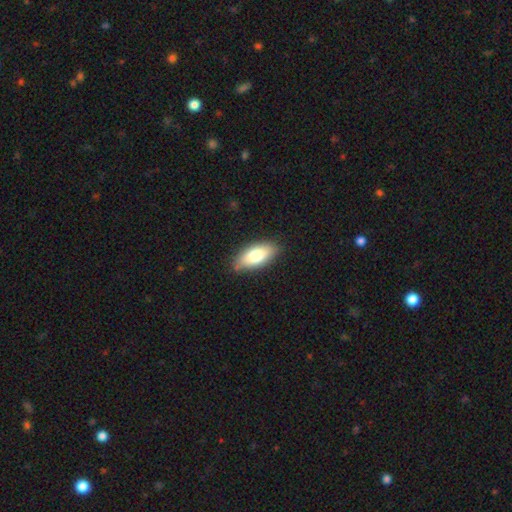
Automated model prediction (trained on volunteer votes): smooth_or_featured: smooth (p=0.77) [alt: featured or disk p=0.16]
how_rounded: in between (p=0.85) [alt: cigar-shaped p=0.13]
merging: none (p=0.84) [alt: minor disturbance p=0.12]